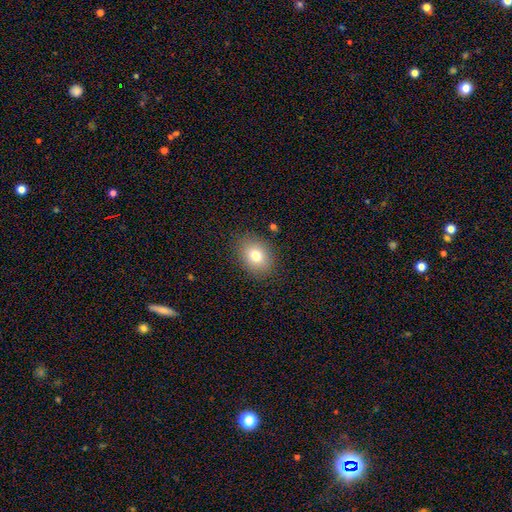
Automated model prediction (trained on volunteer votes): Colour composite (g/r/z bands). It shows a smooth galaxy with no disk features (78%) that is in between round and cigar-shaped (61%). Merging: none (86%).